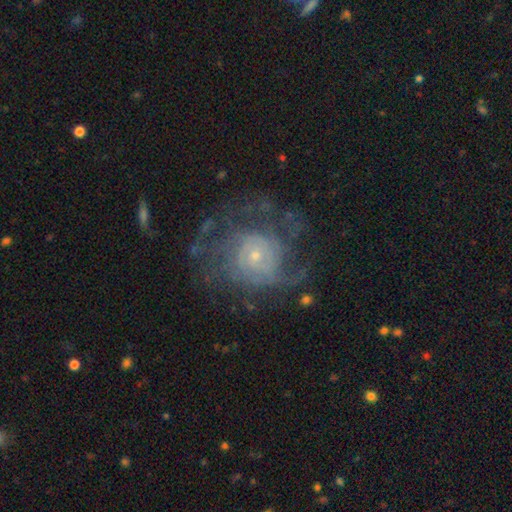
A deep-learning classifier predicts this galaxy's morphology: Smooth or featured? featured or disk (77%)
Edge-on disk? no (97%)
Bar? no (79%)
Spiral arms? yes (84%)
Spiral winding? tight (54%)
Spiral arm count? can't tell (46%)
Bulge size? small (74%)
Merging? none (57%)